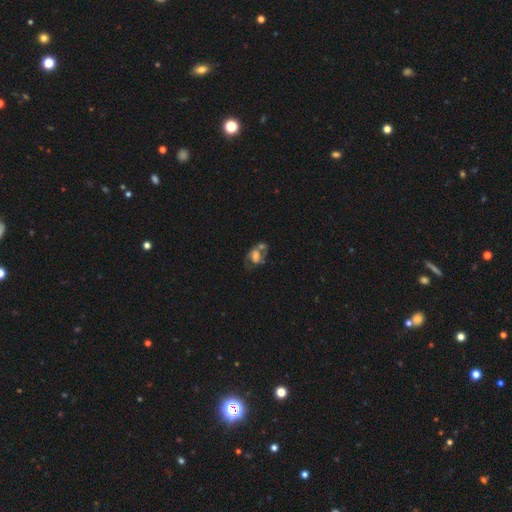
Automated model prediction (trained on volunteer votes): Morphology: type=featured or disk (53%); edge-on=no (96%); bar=no (53%); spiral arms=yes (61%); bulge=large (34%); merging=none (33%).